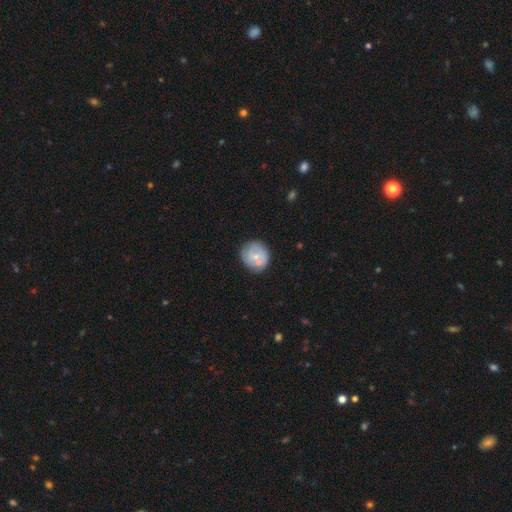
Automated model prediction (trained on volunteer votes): smooth_or_featured: smooth (p=0.56) [alt: featured or disk p=0.37]
how_rounded: round (p=0.88) [alt: in between p=0.11]
merging: none (p=0.63) [alt: minor disturbance p=0.16]